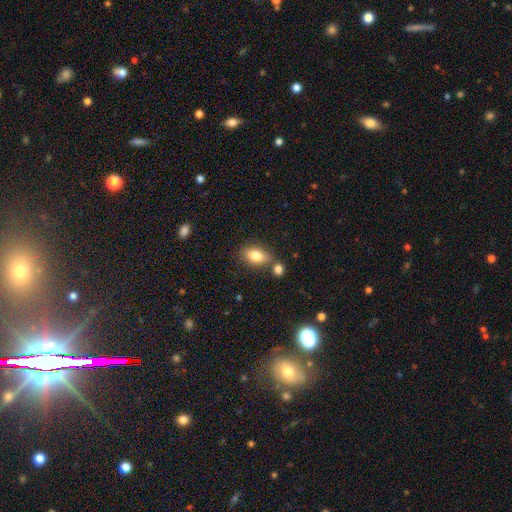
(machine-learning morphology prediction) This is clearly a smooth galaxy (81%). How rounded: clearly in between (87%). Merging: likely none (68%).